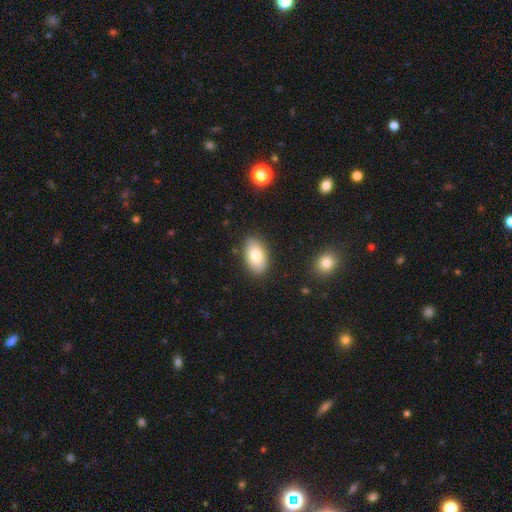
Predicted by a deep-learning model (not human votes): This appears to be a smooth galaxy with no disk features (80%) that is in between round and cigar-shaped (92%). Merging: none (86%).